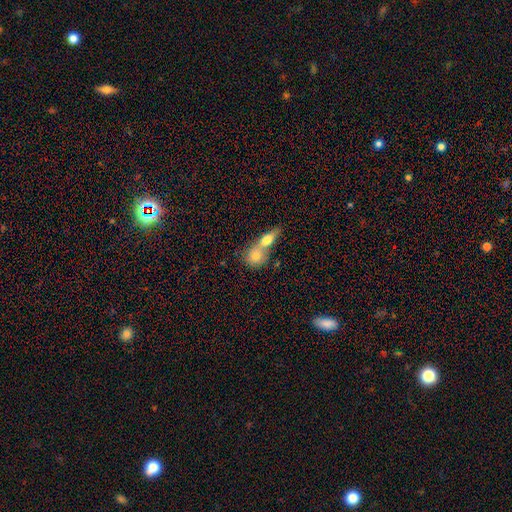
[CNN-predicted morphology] A smooth galaxy with no disk features (73%) that is round (56%).

Vote fractions:
- Smooth or featured? smooth: 73% / featured or disk: 20% / star or artifact: 7%
- How rounded? round: 56% / in between: 38% / cigar-shaped: 6%
- Merging? merger: 64% / none: 27% / minor disturbance: 6% / major disturbance: 3%